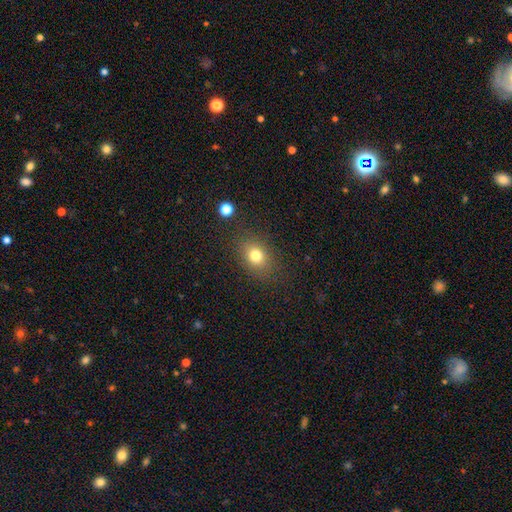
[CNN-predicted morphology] smooth_or_featured: smooth (p=0.78) [alt: star or artifact p=0.13]
how_rounded: in between (p=0.57) [alt: round p=0.41]
merging: none (p=0.82) [alt: minor disturbance p=0.11]